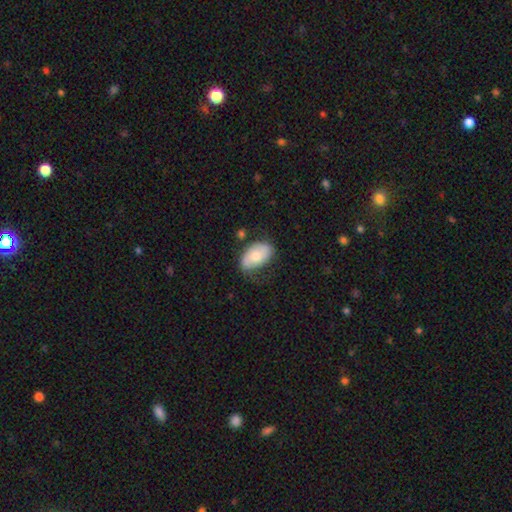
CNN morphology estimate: type=smooth (65%); roundness=in between (92%); merging=none (55%).